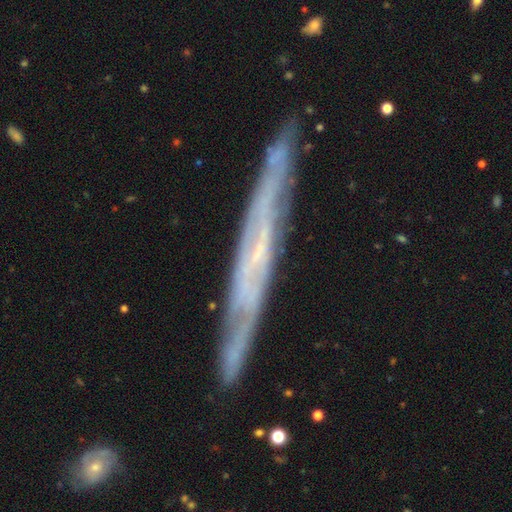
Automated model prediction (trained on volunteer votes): A featured or disk galaxy (78%) viewed edge-on (78%) with no central bulge (79%).

Vote fractions:
- Smooth or featured? featured or disk: 78% / smooth: 15% / star or artifact: 7%
- Edge-on disk? yes: 78% / no: 22%
- Edge-on bulge? none: 79% / rounded: 16% / boxy: 4%
- Merging? none: 83% / minor disturbance: 13% / major disturbance: 2% / merger: 2%